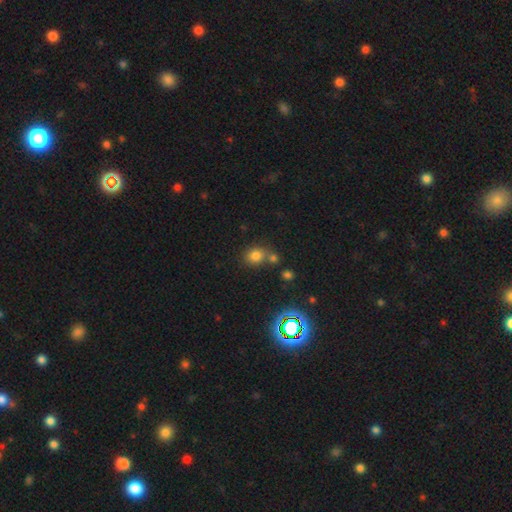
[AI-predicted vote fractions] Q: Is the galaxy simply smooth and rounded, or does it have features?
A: smooth — 74%.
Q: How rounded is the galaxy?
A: round — 71%.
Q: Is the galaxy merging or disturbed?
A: none — 57%.